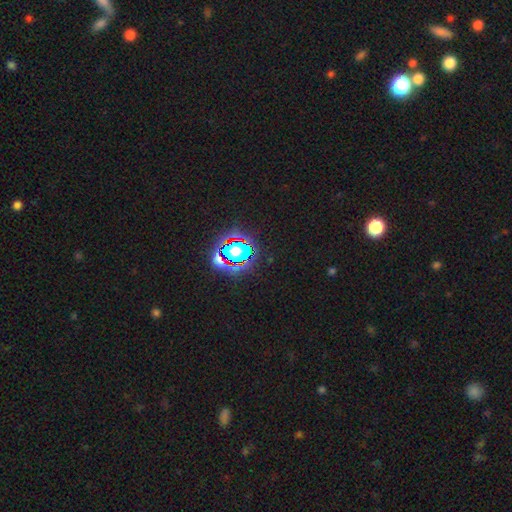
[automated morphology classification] Smooth or featured: star or artifact — 81% (smooth — 12%)